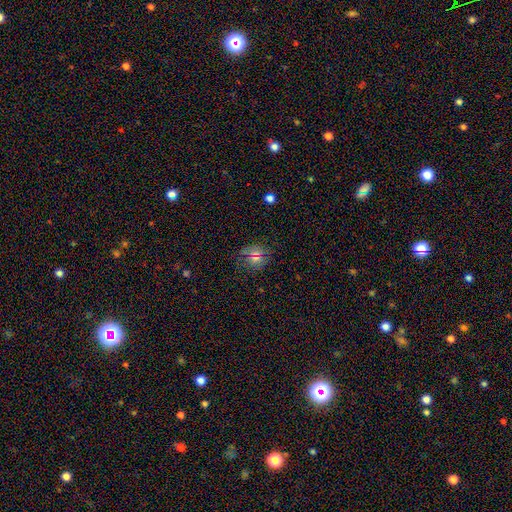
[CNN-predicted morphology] This is possibly a smooth galaxy (58%). How rounded: clearly round (84%). Merging: likely none (77%).